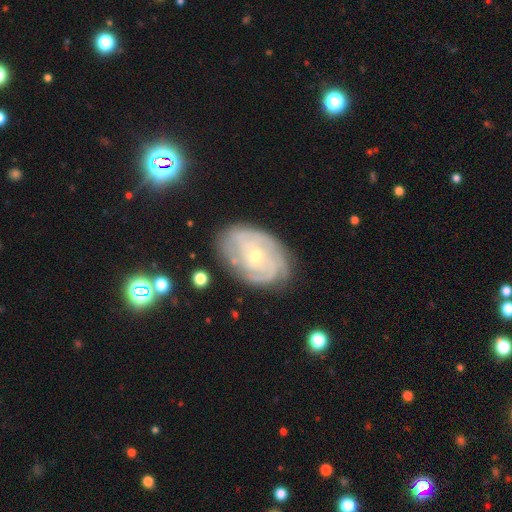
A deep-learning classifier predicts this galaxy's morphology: A featured or disk galaxy (82%) with no bar (70%), tight (73%) spiral arms (93%) and a small central bulge (58%). Merging: none (74%).